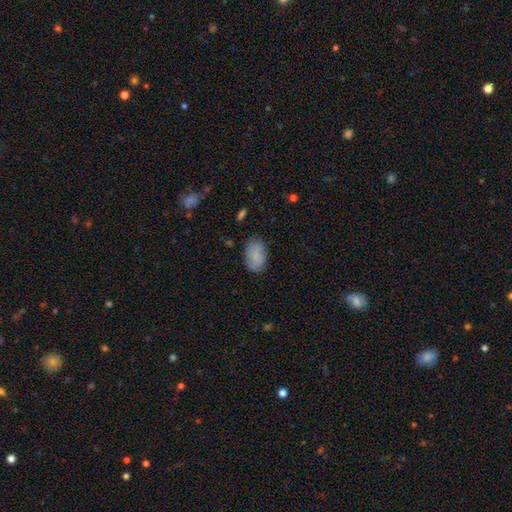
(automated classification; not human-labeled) smooth-or-featured: smooth: 84% | featured or disk: 9% | star or artifact: 7%
  how-rounded: in between: 91% | round: 7% | cigar-shaped: 1%
  merging: none: 81% | minor disturbance: 14% | major disturbance: 3% | merger: 1%